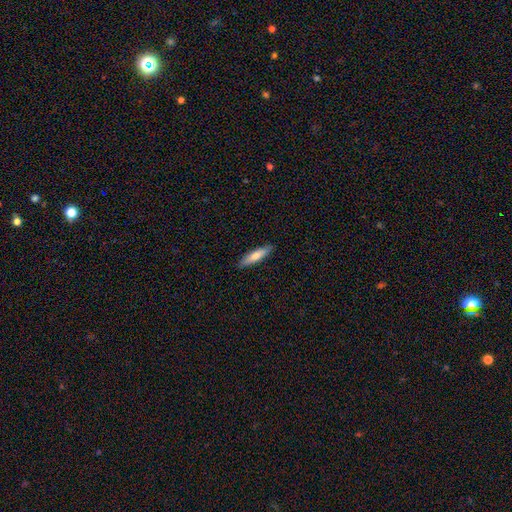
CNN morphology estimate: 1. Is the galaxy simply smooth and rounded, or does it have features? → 72% smooth, 22% featured or disk, 5% star or artifact.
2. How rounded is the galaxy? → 75% cigar-shaped, 24% in between, 2% round.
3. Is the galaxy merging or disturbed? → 90% none, 7% minor disturbance, 1% major disturbance, 1% merger.